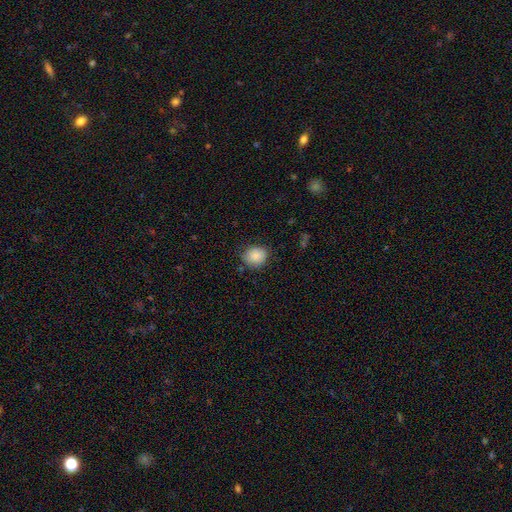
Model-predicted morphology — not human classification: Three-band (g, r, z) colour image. It shows a smooth galaxy with no disk features (87%) that is round (76%). Merging: none (80%).